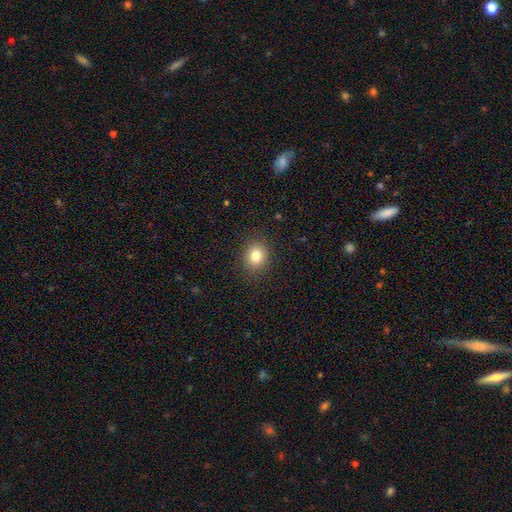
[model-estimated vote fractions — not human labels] smooth_or_featured: smooth (p=0.81) [alt: star or artifact p=0.11]
how_rounded: round (p=0.71) [alt: in between p=0.28]
merging: none (p=0.89) [alt: minor disturbance p=0.08]